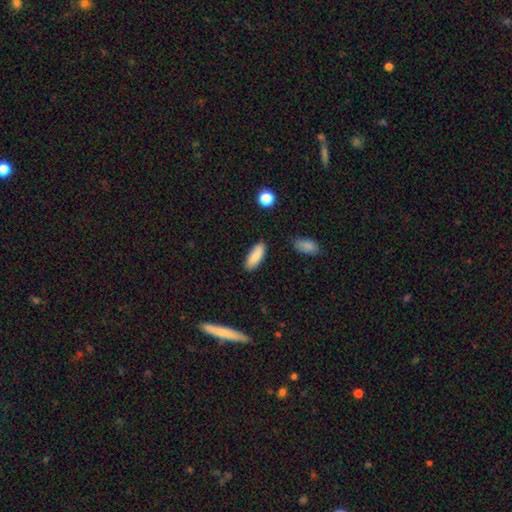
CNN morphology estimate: Smooth or featured?
  - smooth: 86% *
  - featured or disk: 8%
  - star or artifact: 7%
How rounded?
  - in between: 74% *
  - cigar-shaped: 24%
  - round: 2%
Merging?
  - none: 83% *
  - minor disturbance: 12%
  - major disturbance: 2%
  - merger: 2%